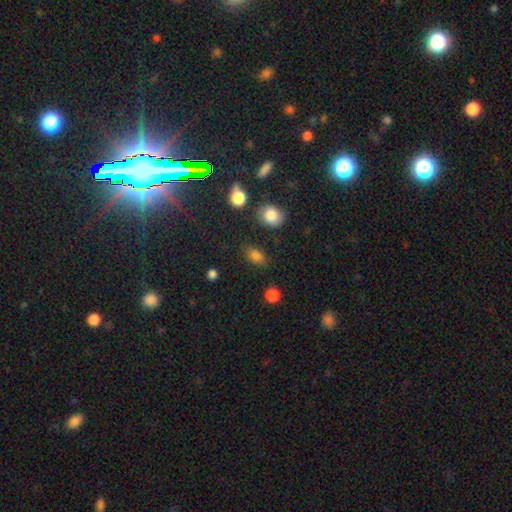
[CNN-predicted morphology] A smooth galaxy with no disk features (82%) that is in between round and cigar-shaped (82%). Merging: none (79%).